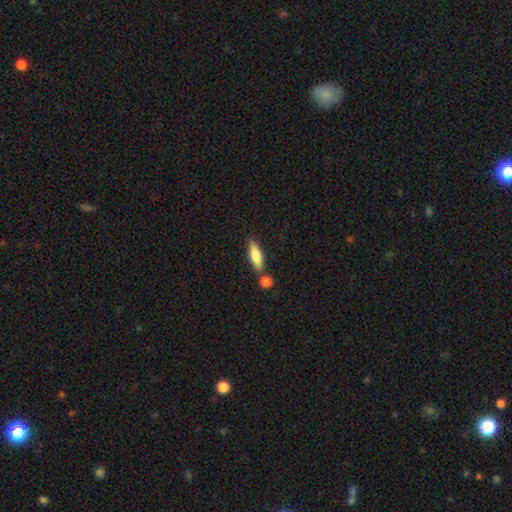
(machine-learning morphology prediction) smooth-or-featured: smooth: 75% | featured or disk: 18% | star or artifact: 6%
  how-rounded: in between: 50% | cigar-shaped: 48% | round: 3%
  merging: none: 71% | merger: 14% | minor disturbance: 12% | major disturbance: 3%